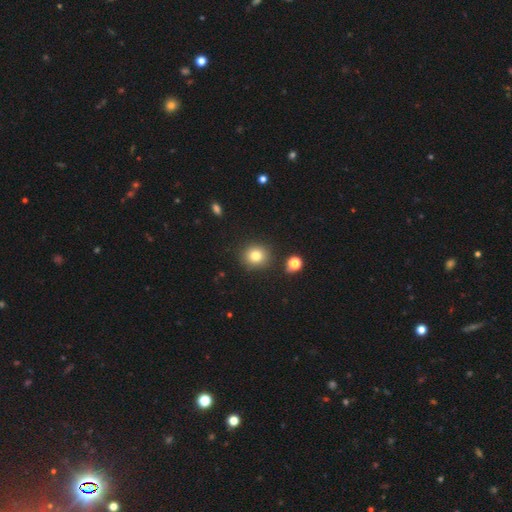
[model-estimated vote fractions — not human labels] smooth_or_featured: smooth (p=0.80) [alt: star or artifact p=0.12]
how_rounded: round (p=0.86) [alt: in between p=0.13]
merging: none (p=0.87) [alt: minor disturbance p=0.07]